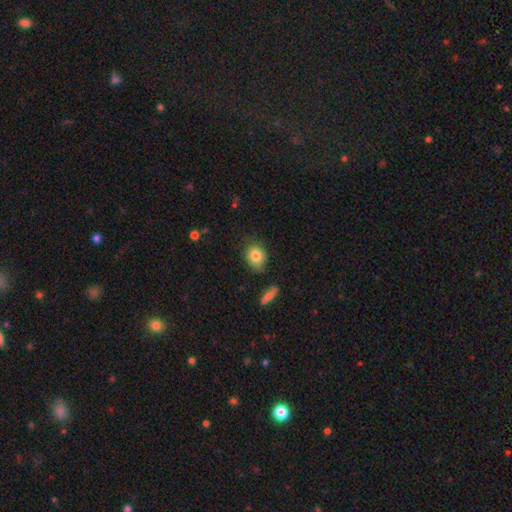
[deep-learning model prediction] Smooth or featured?
  - smooth: 82% *
  - featured or disk: 10%
  - star or artifact: 9%
How rounded?
  - round: 52% *
  - in between: 47%
  - cigar-shaped: 1%
Merging?
  - none: 73% *
  - minor disturbance: 20%
  - major disturbance: 4%
  - merger: 3%